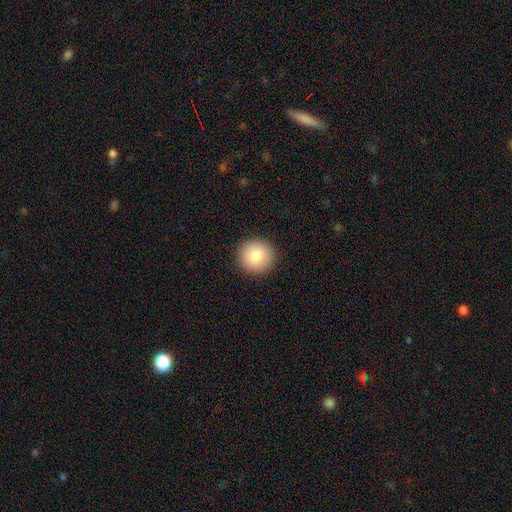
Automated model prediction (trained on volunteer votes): Smooth or featured: smooth — 84% (star or artifact — 9%)
How rounded: round — 93% (in between — 6%)
Merging: none — 92% (minor disturbance — 5%)